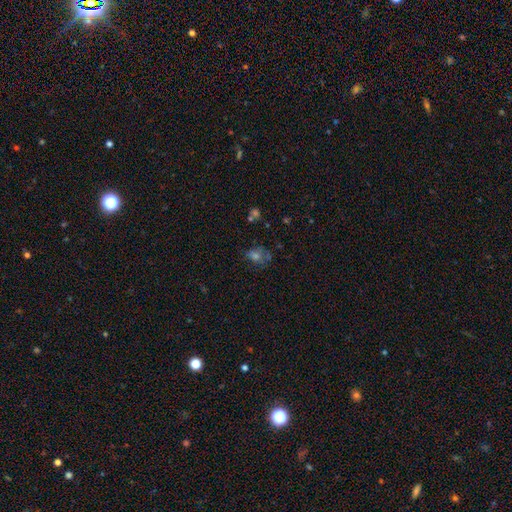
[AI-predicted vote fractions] Smooth or featured: smooth — 46% (star or artifact — 31%)
Merging: none — 59% (minor disturbance — 20%)